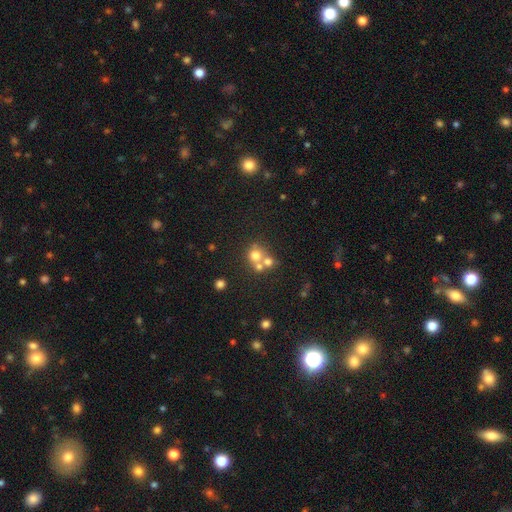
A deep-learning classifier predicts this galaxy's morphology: The model was most divided on "merging": merger: 50%, none: 39%, minor disturbance: 7%, major disturbance: 4%. More confident: how rounded — round (85%); smooth or featured — smooth (66%).